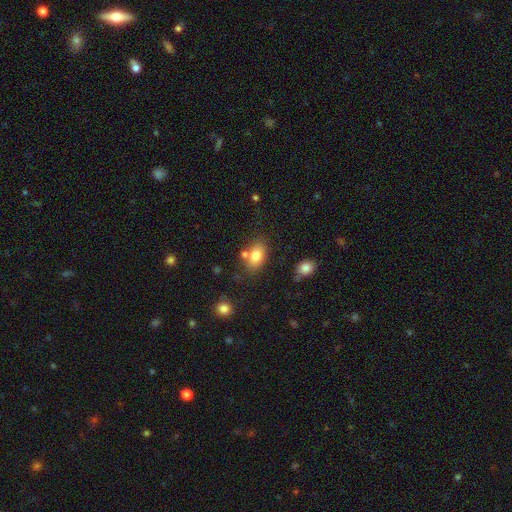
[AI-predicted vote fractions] smooth_or_featured: smooth (p=0.80) [alt: featured or disk p=0.11]
how_rounded: in between (p=0.84) [alt: round p=0.15]
merging: none (p=0.68) [alt: minor disturbance p=0.14]